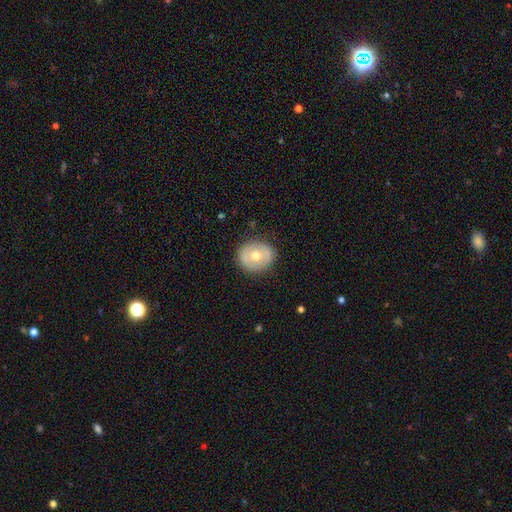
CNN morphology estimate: Smooth or featured? Predicted: smooth (p=0.57). How rounded? Predicted: round (p=0.81). Merging? Predicted: none (p=0.85).